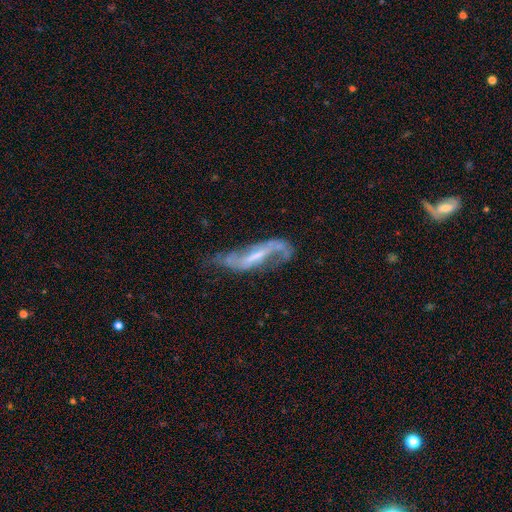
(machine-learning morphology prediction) Smooth or featured? Predicted: featured or disk (p=0.79). Edge-on disk? Predicted: no (p=0.82). Bar? Predicted: strong (p=0.47). Spiral arms? Predicted: yes (p=0.87). Spiral winding? Predicted: loose (p=0.58). Spiral arm count? Predicted: 2 (p=0.78). Bulge size? Predicted: small (p=0.44). Merging? Predicted: none (p=0.45).